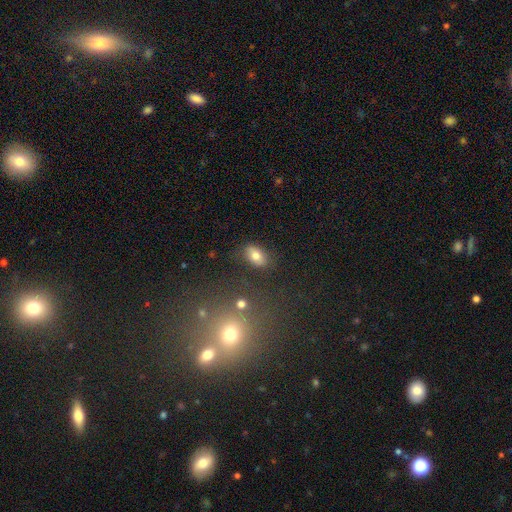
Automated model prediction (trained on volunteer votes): smooth-or-featured: smooth: 77% | featured or disk: 12% | star or artifact: 11%
  how-rounded: in between: 87% | round: 11% | cigar-shaped: 2%
  merging: none: 81% | minor disturbance: 12% | major disturbance: 4% | merger: 3%